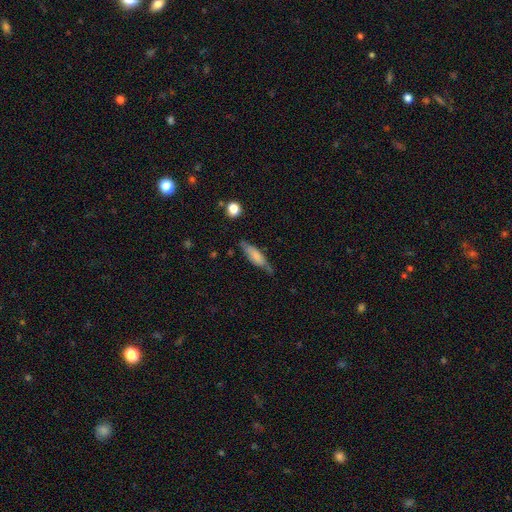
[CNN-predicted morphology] Overall: smooth (68%). How rounded: cigar-shaped (52%; in between 45%). Merging: none (60%; minor disturbance 29%).